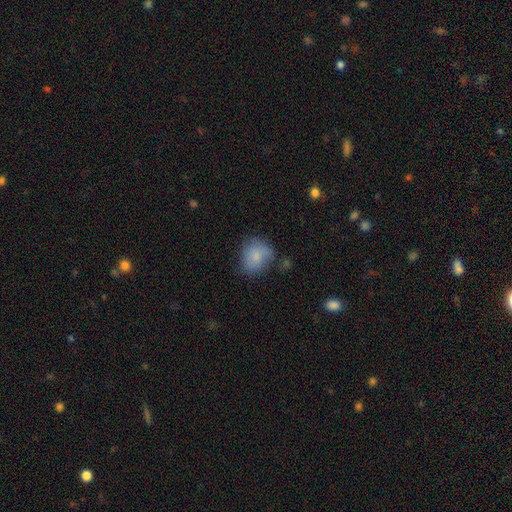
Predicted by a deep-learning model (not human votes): A smooth galaxy with no disk features (78%) that is round (63%). Merging: none (55%).